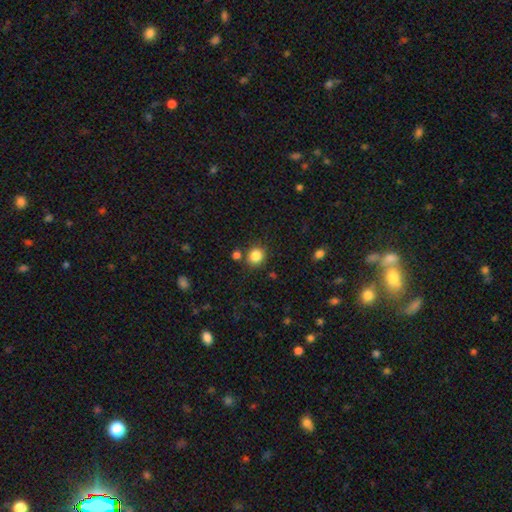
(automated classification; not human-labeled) A smooth galaxy with no disk features (84%) that is round (85%). Merging: none (82%).